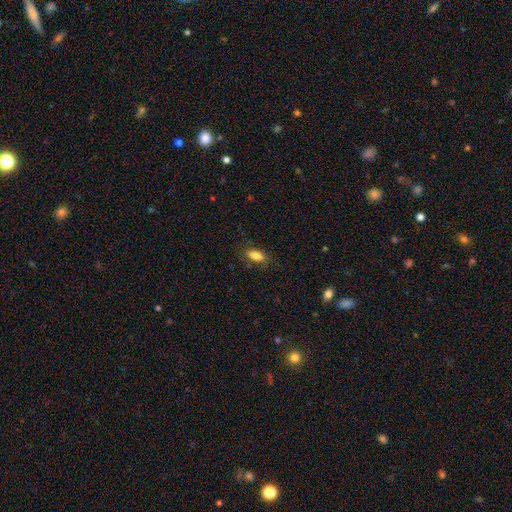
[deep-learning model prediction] This is clearly a smooth galaxy (81%). How rounded: clearly in between (85%). Merging: likely none (80%).